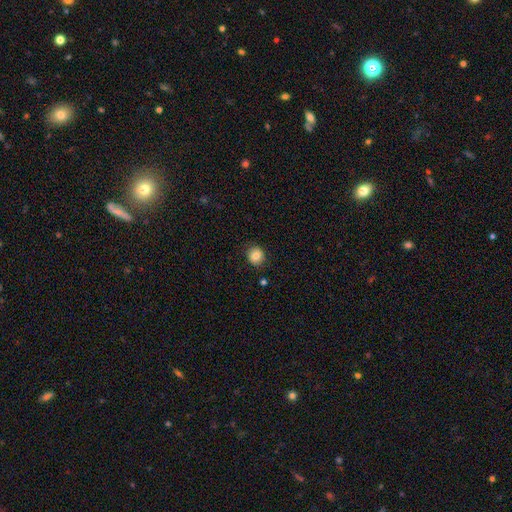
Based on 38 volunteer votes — A smooth galaxy with no disk features (87%) that is round (100%).

Vote fractions:
- Smooth or featured? smooth: 87% / star or artifact: 11% / featured or disk: 3%
- How rounded? round: 100% / in between: 0% / cigar-shaped: 0%
- Merging? none: 94% / minor disturbance: 6% / major disturbance: 0% / merger: 0%